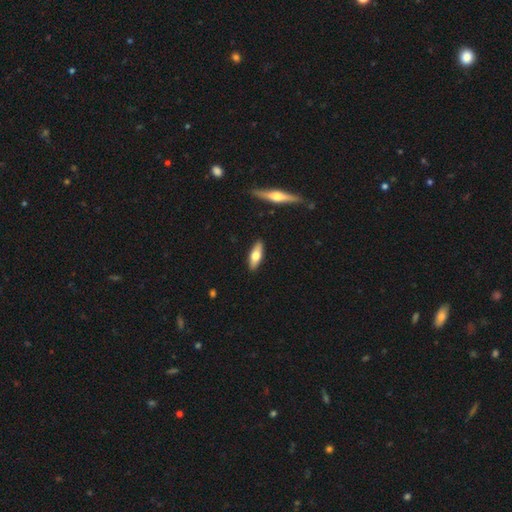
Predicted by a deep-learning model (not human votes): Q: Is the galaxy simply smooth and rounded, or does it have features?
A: smooth — 60%.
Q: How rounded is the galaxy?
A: in between — 56%.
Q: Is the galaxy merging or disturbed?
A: none — 89%.